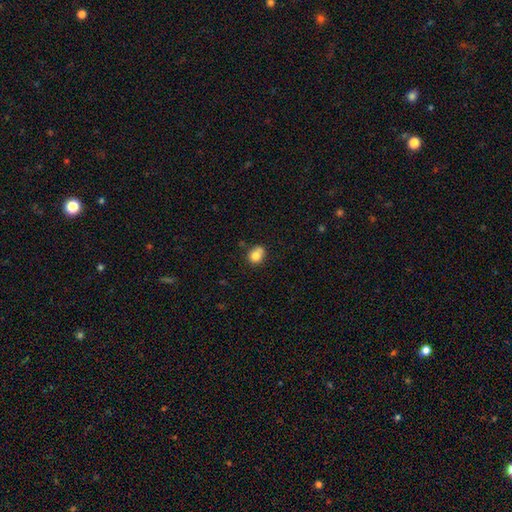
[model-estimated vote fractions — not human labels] This is likely a smooth galaxy (79%). How rounded: likely round (65%). Merging: possibly none (58%).